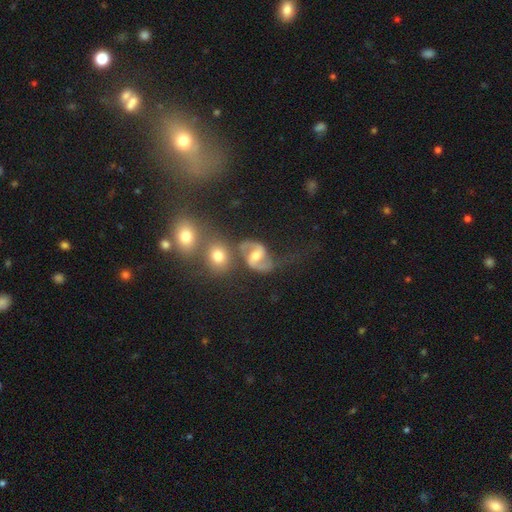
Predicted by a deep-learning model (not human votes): This appears to be a featured or disk galaxy (81%) with a weak bar (47%), 2 (93%) medium (52%) spiral arms (94%) and a moderate central bulge (69%). Merging: none (56%).